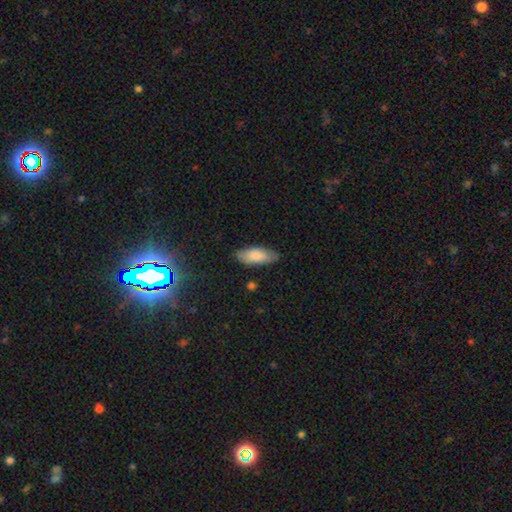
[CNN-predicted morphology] Smooth or featured? Predicted: smooth (p=0.83). How rounded? Predicted: in between (p=0.77). Merging? Predicted: none (p=0.80).